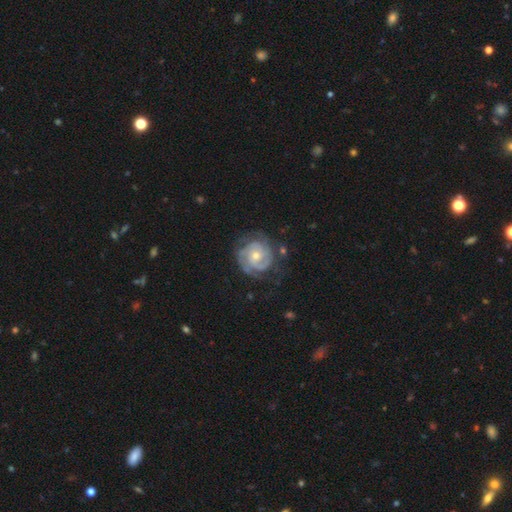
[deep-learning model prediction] A featured or disk galaxy (87%) with no bar (73%), 2 (38%) tight (75%) spiral arms (96%) and a moderate central bulge (51%).

Vote fractions:
- Smooth or featured? featured or disk: 87% / smooth: 7% / star or artifact: 5%
- Edge-on disk? no: 98% / yes: 2%
- Bar? no: 73% / weak: 22% / strong: 6%
- Spiral arms? yes: 96% / no: 4%
- Spiral winding? tight: 75% / medium: 21% / loose: 4%
- Spiral arm count? 2: 38% / 3: 26% / can't tell: 20% / 4: 6% / 1: 5% / more than 4: 4%
- Bulge size? moderate: 51% / small: 45% / large: 2% / none: 1% / dominant: 1%
- Merging? none: 74% / minor disturbance: 17% / major disturbance: 8% / merger: 2%